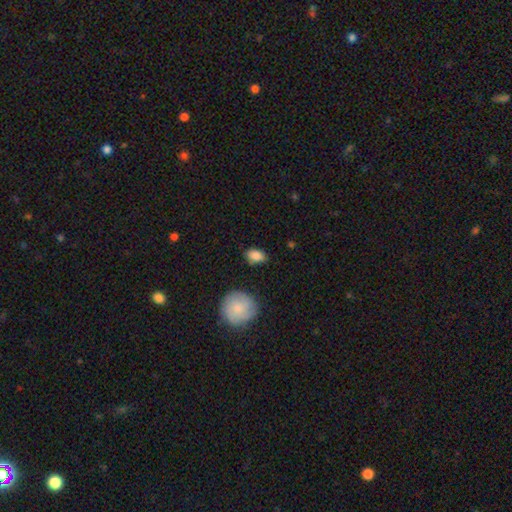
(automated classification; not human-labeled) smooth-or-featured: smooth: 86% | star or artifact: 7% | featured or disk: 7%
  how-rounded: in between: 82% | round: 16% | cigar-shaped: 2%
  merging: none: 78% | minor disturbance: 16% | major disturbance: 3% | merger: 2%